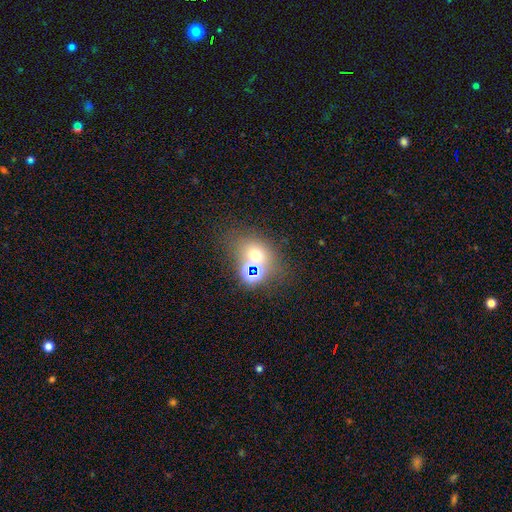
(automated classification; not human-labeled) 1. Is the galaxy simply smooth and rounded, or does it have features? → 55% smooth, 30% star or artifact, 15% featured or disk.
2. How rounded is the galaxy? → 53% round, 46% in between, 1% cigar-shaped.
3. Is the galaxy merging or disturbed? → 57% none, 26% merger, 11% minor disturbance, 6% major disturbance.